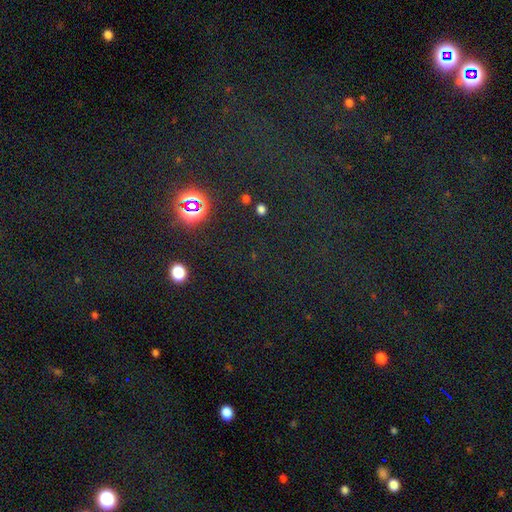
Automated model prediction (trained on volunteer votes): star or artifact 72%, smooth 19%, featured or disk 9%.